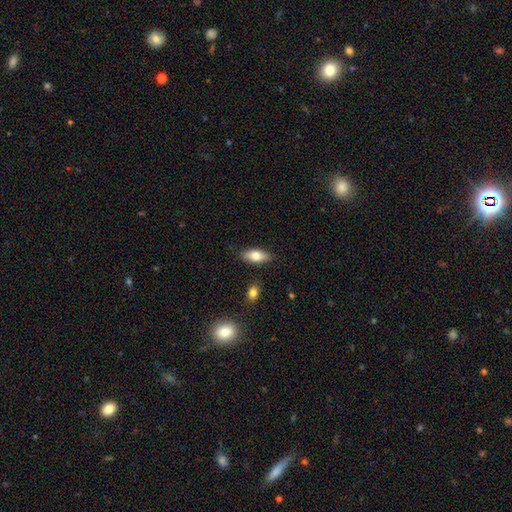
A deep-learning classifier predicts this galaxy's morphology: This is likely a smooth galaxy (78%). How rounded: clearly in between (84%). Merging: clearly none (86%).